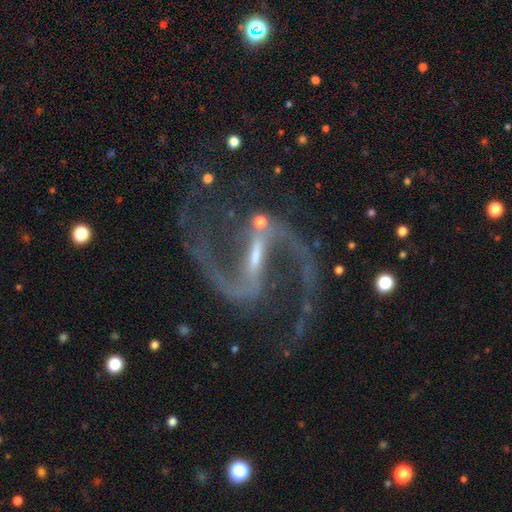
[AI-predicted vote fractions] Smooth or featured: featured or disk — 94% (star or artifact — 5%)
Edge-on disk: no — 98% (yes — 2%)
Bar: strong — 58% (weak — 34%)
Spiral arms: yes — 98% (no — 2%)
Spiral winding: medium — 48% (loose — 44%)
Spiral arm count: 2 — 95% (can't tell — 1%)
Bulge size: small — 65% (moderate — 18%)
Merging: none — 74% (minor disturbance — 14%)